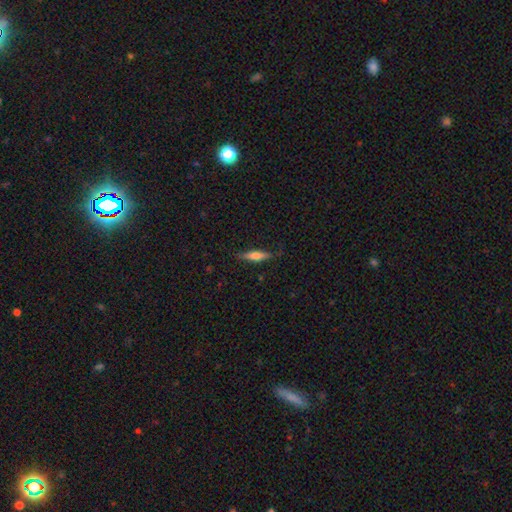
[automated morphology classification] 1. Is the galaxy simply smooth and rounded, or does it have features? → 56% smooth, 38% featured or disk, 6% star or artifact.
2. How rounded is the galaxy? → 76% cigar-shaped, 22% in between, 2% round.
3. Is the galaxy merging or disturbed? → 82% none, 14% minor disturbance, 3% major disturbance, 1% merger.